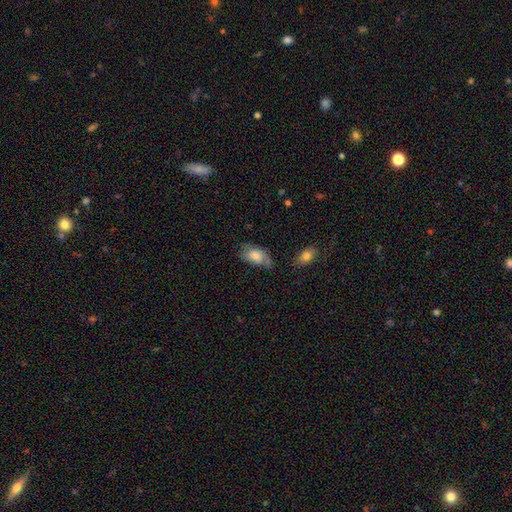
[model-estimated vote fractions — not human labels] Smooth or featured? Predicted: smooth (p=0.65). How rounded? Predicted: in between (p=0.92). Merging? Predicted: none (p=0.47).